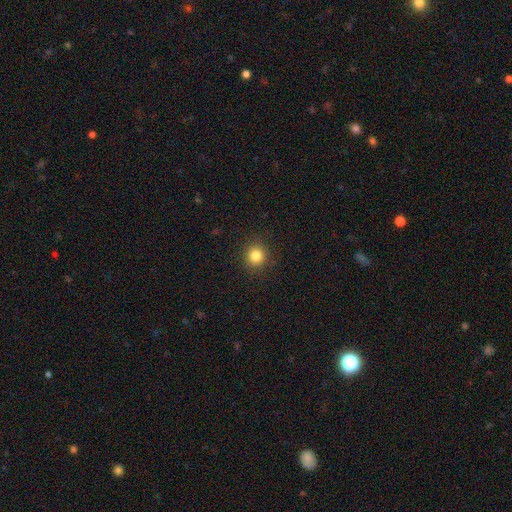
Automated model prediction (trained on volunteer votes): The model was most divided on "smooth or featured": smooth: 84%, star or artifact: 12%, featured or disk: 5%. More confident: how rounded — round (92%); merging — none (91%).